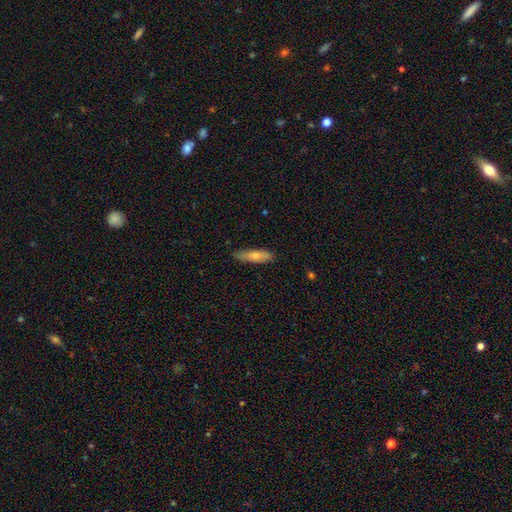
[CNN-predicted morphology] Smooth or featured? smooth (72%)
How rounded? cigar-shaped (58%)
Merging? none (79%)